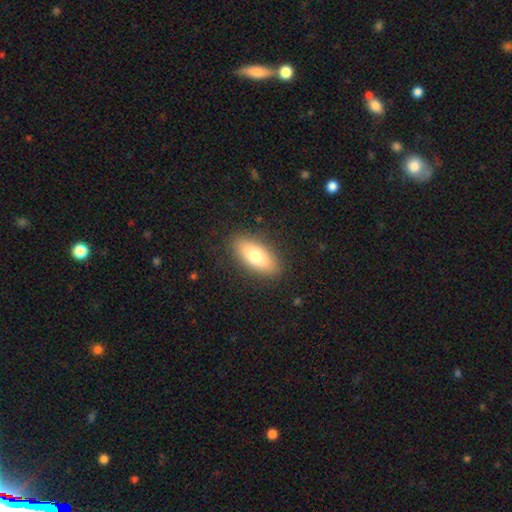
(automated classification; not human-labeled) smooth-or-featured: smooth: 76% | featured or disk: 18% | star or artifact: 6%
  how-rounded: in between: 80% | cigar-shaped: 17% | round: 3%
  merging: none: 87% | minor disturbance: 9% | major disturbance: 3% | merger: 1%